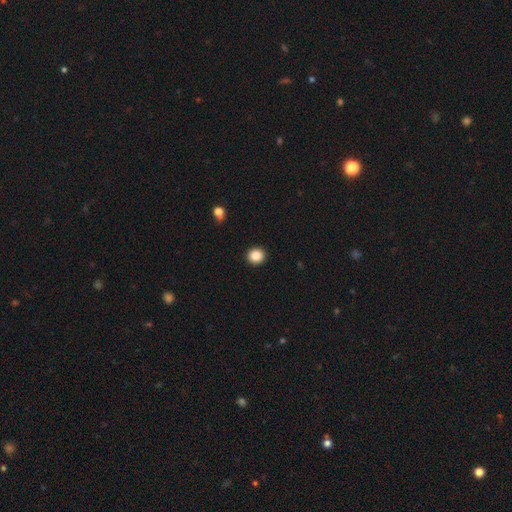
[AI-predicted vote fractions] The model was most divided on "smooth or featured": smooth: 87%, star or artifact: 10%, featured or disk: 3%. More confident: merging — none (93%); how rounded — round (89%).